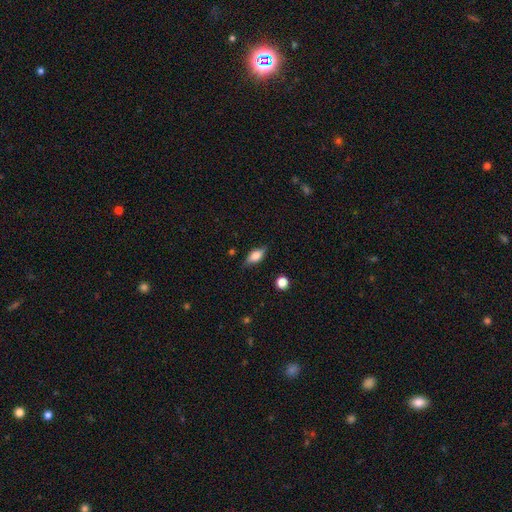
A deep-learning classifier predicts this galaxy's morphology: Overall: smooth (66%). How rounded: in between (79%). Merging: none (78%).